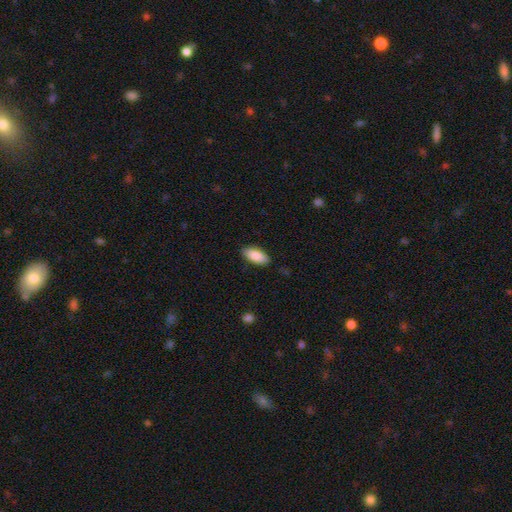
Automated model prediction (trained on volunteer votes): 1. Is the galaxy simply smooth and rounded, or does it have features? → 89% smooth, 6% star or artifact, 5% featured or disk.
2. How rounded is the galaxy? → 89% in between, 9% cigar-shaped, 2% round.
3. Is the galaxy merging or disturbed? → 87% none, 10% minor disturbance, 2% major disturbance, 1% merger.